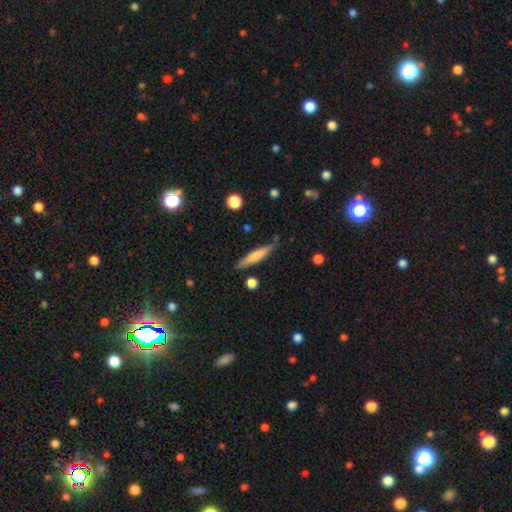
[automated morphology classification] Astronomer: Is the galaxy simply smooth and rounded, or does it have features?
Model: smooth — 63%.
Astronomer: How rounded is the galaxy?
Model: cigar-shaped — 90%.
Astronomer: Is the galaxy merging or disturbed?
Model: none — 83%.